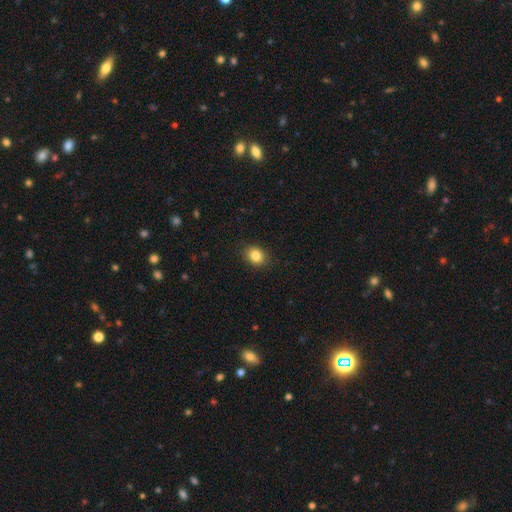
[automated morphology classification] Smooth or featured: smooth — 85% (star or artifact — 9%)
How rounded: in between — 54% (round — 45%)
Merging: none — 88% (minor disturbance — 9%)